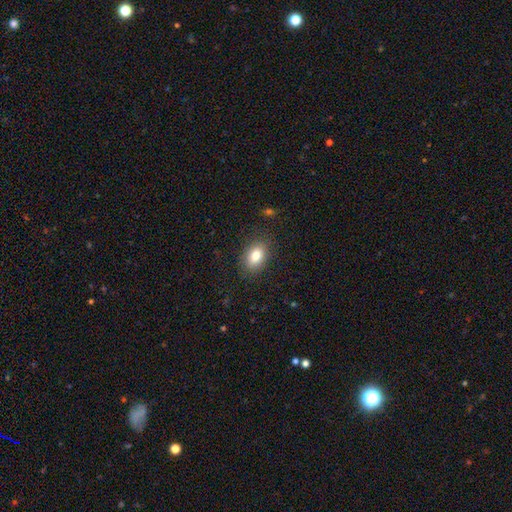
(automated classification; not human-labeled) smooth 83%, featured or disk 9%, star or artifact 8%. Down the decision tree: how rounded — in between (83%); merging — none (83%).